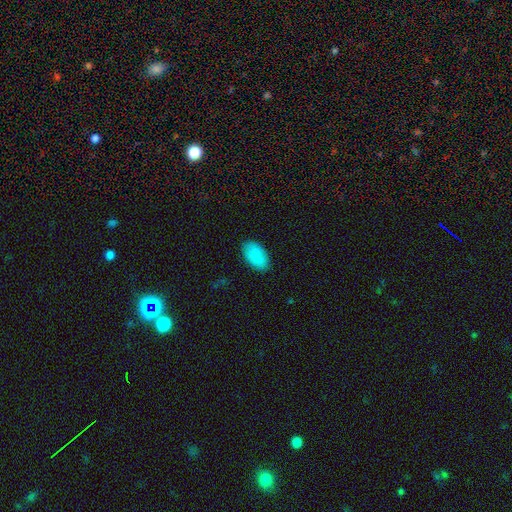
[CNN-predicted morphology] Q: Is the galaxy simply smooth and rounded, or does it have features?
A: smooth — 88%.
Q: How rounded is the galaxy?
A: in between — 94%.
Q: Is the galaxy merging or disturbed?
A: none — 86%.